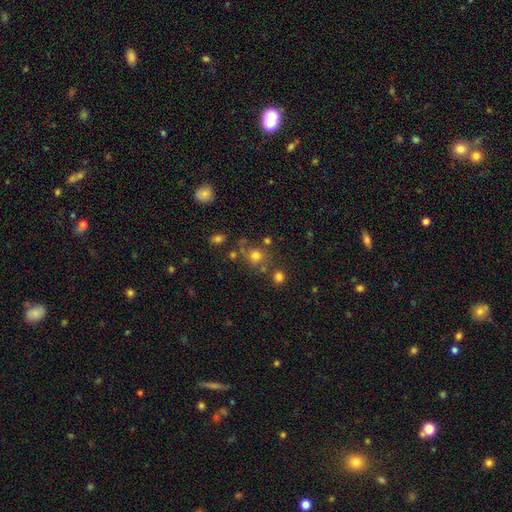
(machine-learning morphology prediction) This is likely a smooth galaxy (70%). How rounded: clearly round (83%). Merging: likely none (60%).